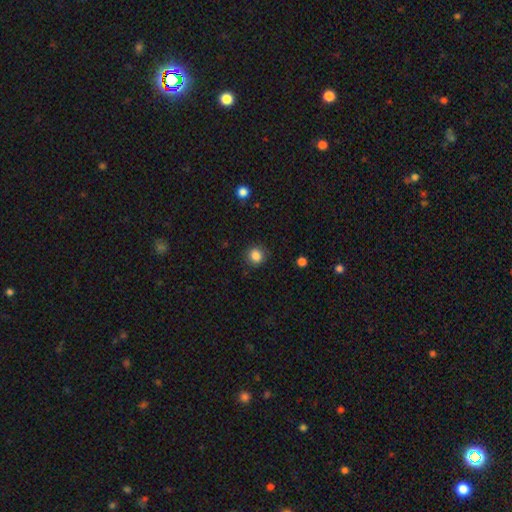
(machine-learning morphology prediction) The model was most divided on "how rounded": round: 84%, in between: 15%, cigar-shaped: 1%. More confident: merging — none (88%); smooth or featured — smooth (86%).